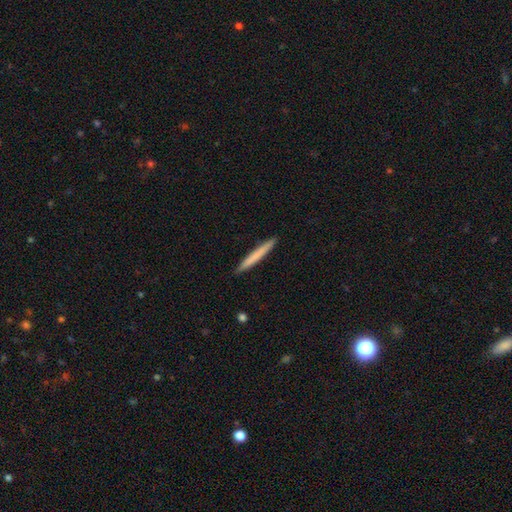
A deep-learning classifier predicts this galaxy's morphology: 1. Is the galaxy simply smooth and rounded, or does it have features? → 69% smooth, 26% featured or disk, 5% star or artifact.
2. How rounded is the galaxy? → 97% cigar-shaped, 2% in between, 1% round.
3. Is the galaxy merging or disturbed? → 92% none, 6% minor disturbance, 1% major disturbance, 1% merger.